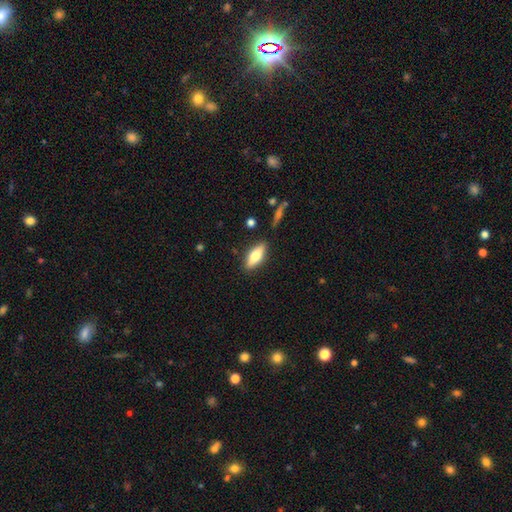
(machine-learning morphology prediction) Smooth or featured? smooth (66%)
How rounded? in between (69%)
Merging? none (86%)